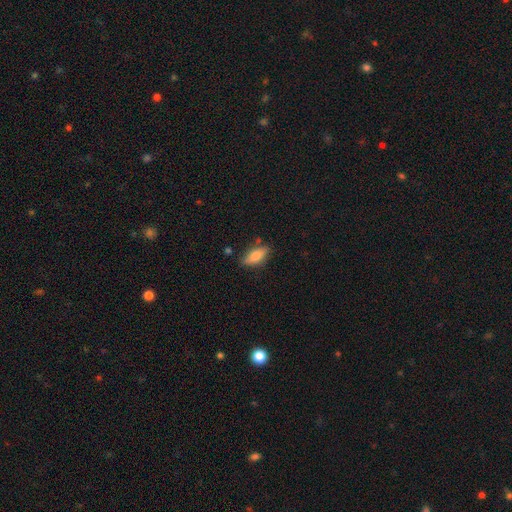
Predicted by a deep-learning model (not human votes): Smooth or featured: smooth — 70% (featured or disk — 23%)
How rounded: in between — 71% (cigar-shaped — 26%)
Merging: none — 79% (minor disturbance — 15%)